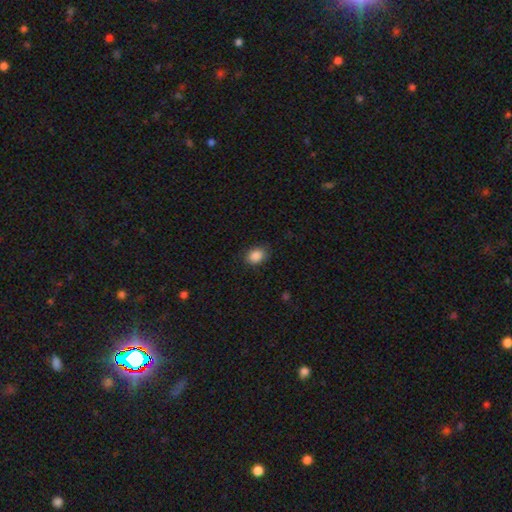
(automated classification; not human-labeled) smooth 88%, star or artifact 9%, featured or disk 3%. Down the decision tree: how rounded — in between (63%); merging — none (83%).